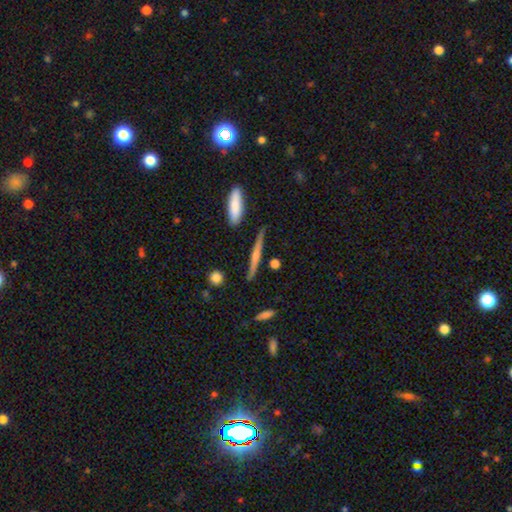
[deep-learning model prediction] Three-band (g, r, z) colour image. It shows a featured or disk galaxy (62%) viewed edge-on (96%) with a rounded central bulge (70%). Merging: none (84%).